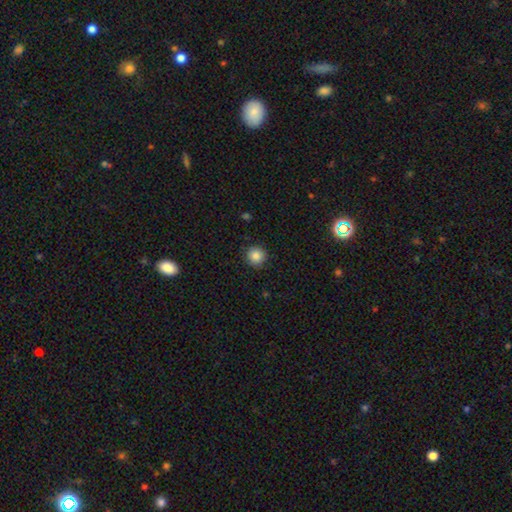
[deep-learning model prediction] smooth_or_featured: smooth (p=0.86) [alt: star or artifact p=0.10]
how_rounded: round (p=0.94) [alt: in between p=0.05]
merging: none (p=0.91) [alt: minor disturbance p=0.06]